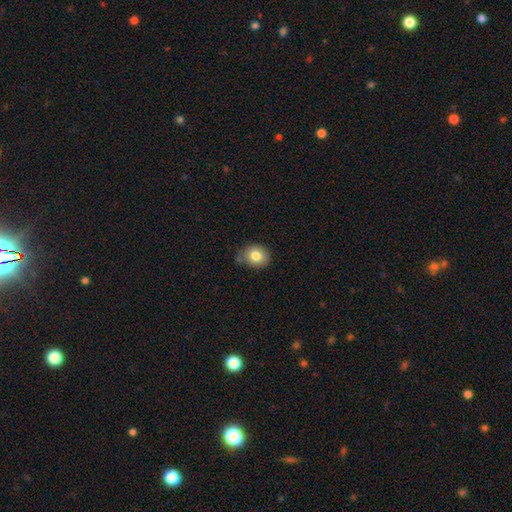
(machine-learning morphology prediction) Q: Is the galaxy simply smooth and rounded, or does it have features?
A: smooth — 81%.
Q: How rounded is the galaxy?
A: round — 62%.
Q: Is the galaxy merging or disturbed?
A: none — 69%.